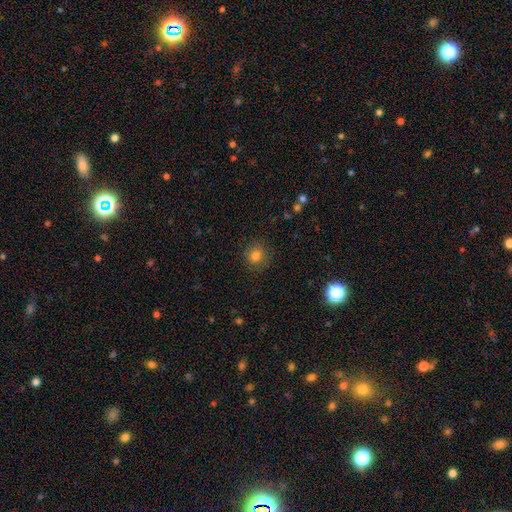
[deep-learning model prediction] Smooth or featured?
  - smooth: 81% *
  - star or artifact: 12%
  - featured or disk: 7%
How rounded?
  - round: 87% *
  - in between: 12%
  - cigar-shaped: 1%
Merging?
  - none: 84% *
  - minor disturbance: 11%
  - major disturbance: 4%
  - merger: 1%